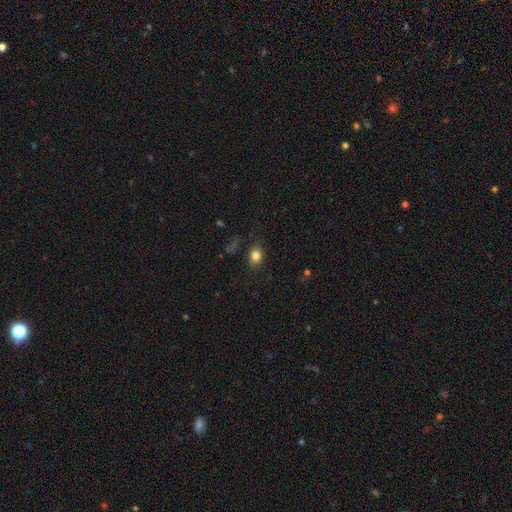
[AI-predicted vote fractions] Q: Smooth or featured?
A: smooth (81%); runner-up: star or artifact (11%)
Q: How rounded?
A: in between (59%); runner-up: round (39%)
Q: Merging?
A: none (81%); runner-up: minor disturbance (13%)